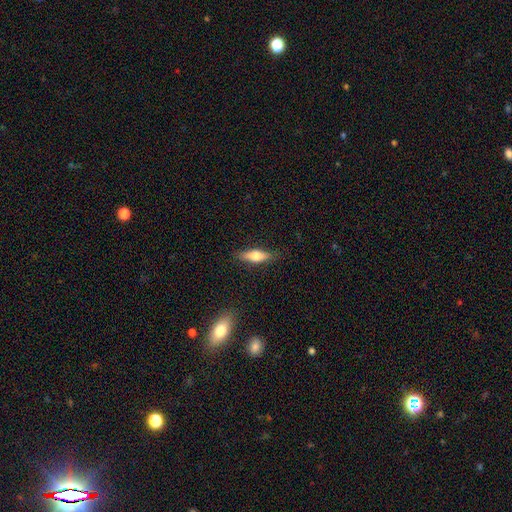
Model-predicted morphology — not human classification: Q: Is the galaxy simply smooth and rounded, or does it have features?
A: smooth — 63%.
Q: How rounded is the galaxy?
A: cigar-shaped — 49%.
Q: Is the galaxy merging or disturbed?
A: none — 85%.